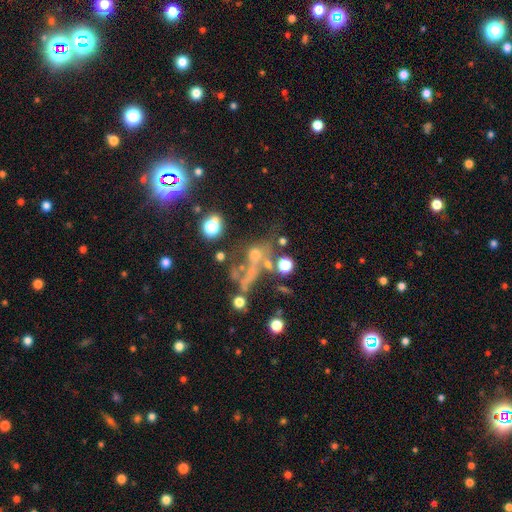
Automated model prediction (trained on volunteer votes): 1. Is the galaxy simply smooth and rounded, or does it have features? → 35% featured or disk (tied), 35% star or artifact (tied), 30% smooth.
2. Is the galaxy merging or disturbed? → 32% none, 29% major disturbance, 24% merger, 14% minor disturbance.